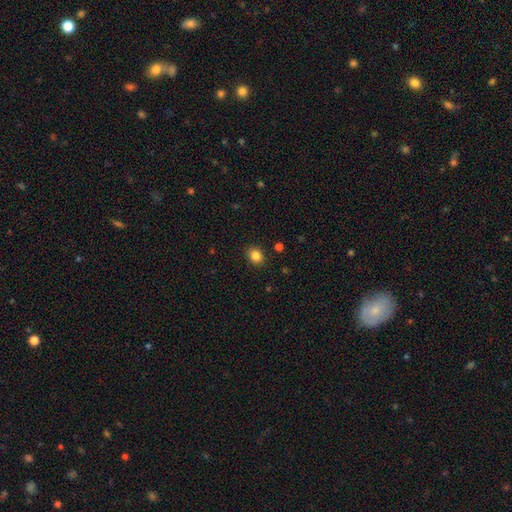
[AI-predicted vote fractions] Q: Smooth or featured?
A: smooth (84%); runner-up: star or artifact (11%)
Q: How rounded?
A: round (60%); runner-up: in between (39%)
Q: Merging?
A: none (90%); runner-up: minor disturbance (7%)